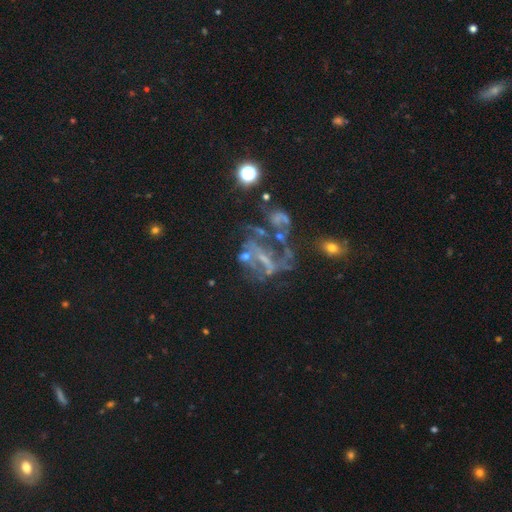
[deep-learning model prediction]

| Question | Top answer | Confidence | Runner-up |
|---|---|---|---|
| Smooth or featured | featured or disk | 59% | star or artifact (29%) |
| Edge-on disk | no | 94% | yes (6%) |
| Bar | no | 50% | weak (26%) |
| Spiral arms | no | 62% | yes (38%) |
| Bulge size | none | 52% | small (32%) |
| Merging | major disturbance | 38% | none (30%) |